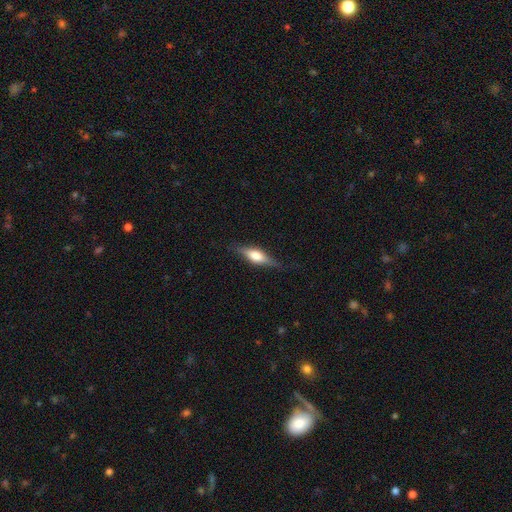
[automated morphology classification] Smooth or featured? Predicted: featured or disk (p=0.51). Edge-on disk? Predicted: yes (p=0.93). Merging? Predicted: none (p=0.79).